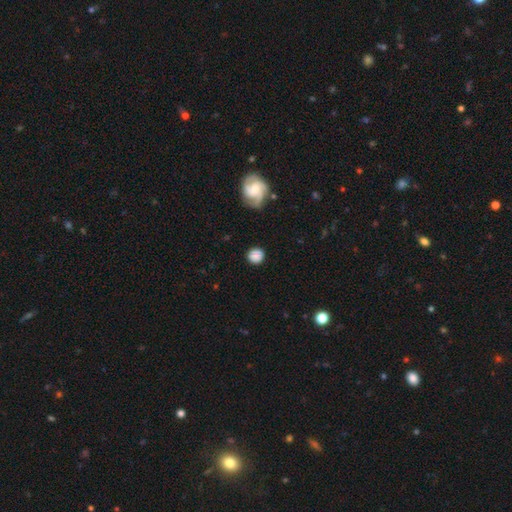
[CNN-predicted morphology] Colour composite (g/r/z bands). It shows a smooth galaxy with no disk features (79%) that is round (87%). Merging: none (85%).